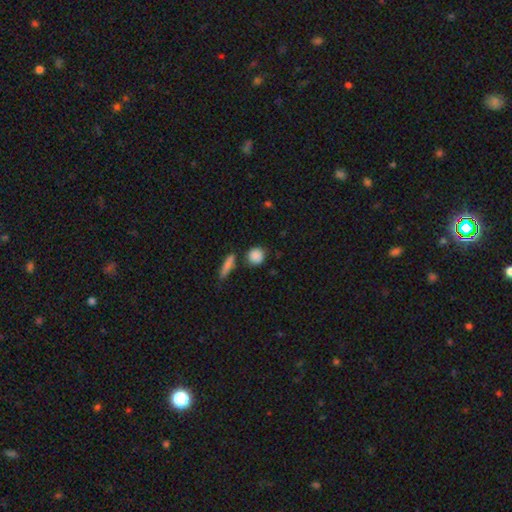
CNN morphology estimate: This is clearly a smooth galaxy (86%). How rounded: clearly round (83%). Merging: likely none (77%).